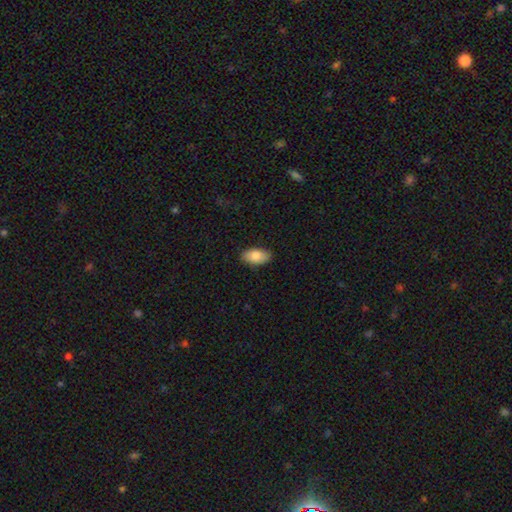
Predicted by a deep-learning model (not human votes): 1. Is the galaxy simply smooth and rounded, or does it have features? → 83% smooth, 11% featured or disk, 6% star or artifact.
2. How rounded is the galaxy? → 94% in between, 4% round, 2% cigar-shaped.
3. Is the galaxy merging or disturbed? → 88% none, 9% minor disturbance, 2% major disturbance, 1% merger.